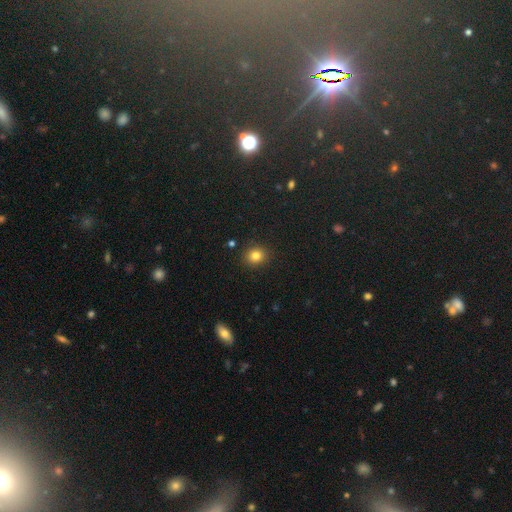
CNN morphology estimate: This appears to be a smooth galaxy with no disk features (82%) that is round (75%). Merging: none (90%).